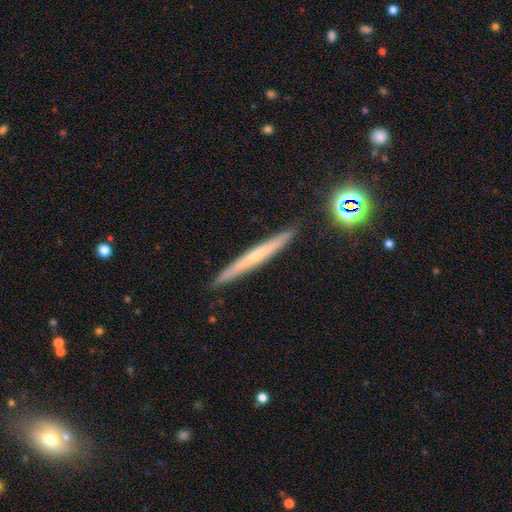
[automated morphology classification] Q: Smooth or featured?
A: featured or disk (57%); runner-up: smooth (33%)
Q: Edge-on disk?
A: yes (96%); runner-up: no (4%)
Q: Edge-on bulge?
A: none (58%); runner-up: rounded (38%)
Q: Merging?
A: none (89%); runner-up: minor disturbance (8%)